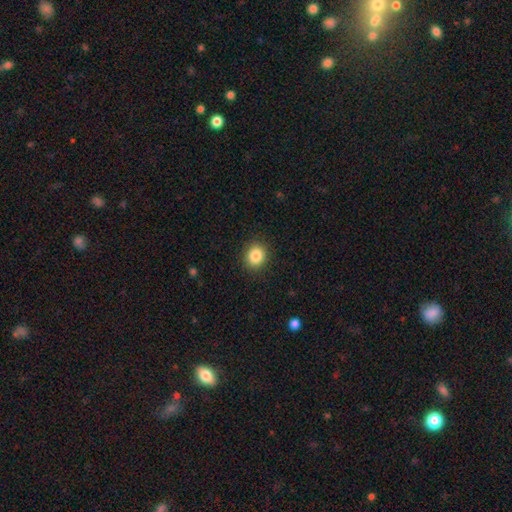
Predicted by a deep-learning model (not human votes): Morphology: type=smooth (85%); roundness=round (74%); merging=none (90%).